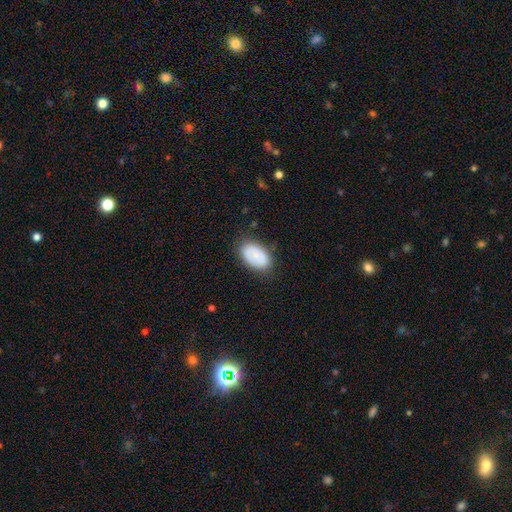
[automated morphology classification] smooth 71%, featured or disk 21%, star or artifact 7%. Down the decision tree: how rounded — in between (91%); merging — none (80%).